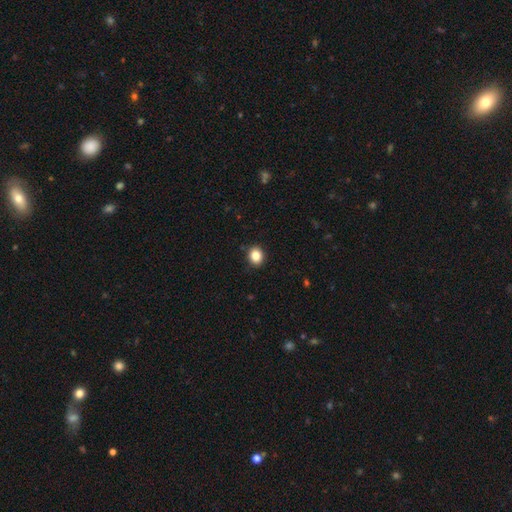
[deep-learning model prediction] Morphology: type=smooth (85%); roundness=round (65%); merging=none (91%).